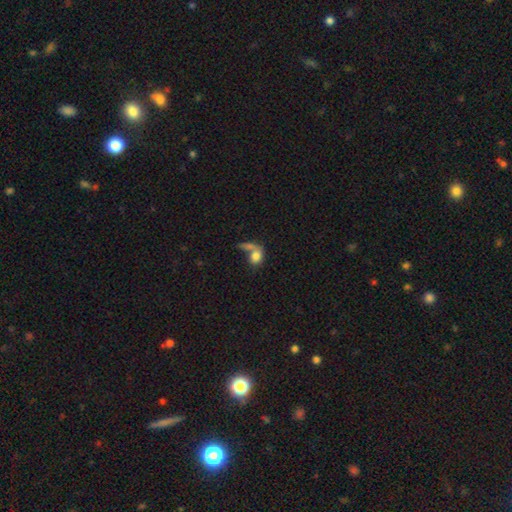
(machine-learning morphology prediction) Smooth or featured? Predicted: smooth (p=0.73). How rounded? Predicted: in between (p=0.60). Merging? Predicted: merger (p=0.48).